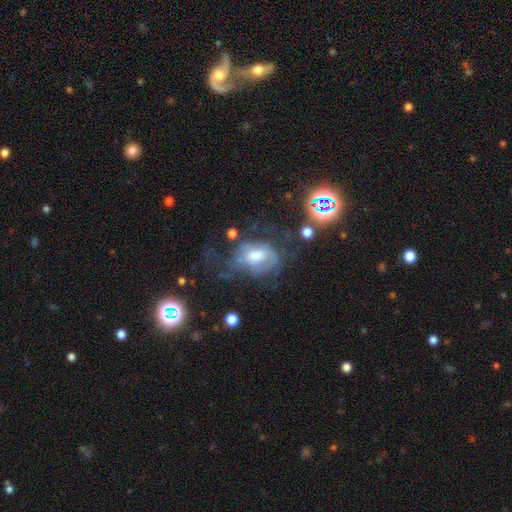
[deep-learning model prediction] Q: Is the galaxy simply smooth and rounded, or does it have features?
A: featured or disk — 58%.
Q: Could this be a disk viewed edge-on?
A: no — 95%.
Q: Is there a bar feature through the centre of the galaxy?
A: no — 53%.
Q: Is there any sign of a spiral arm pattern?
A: yes — 61%.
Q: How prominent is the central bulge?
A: moderate — 59%.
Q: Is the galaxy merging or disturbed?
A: major disturbance — 37%.